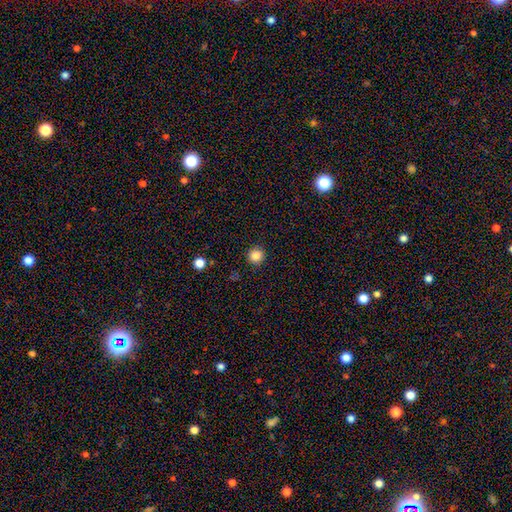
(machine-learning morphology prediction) The model was most divided on "smooth or featured": smooth: 85%, star or artifact: 11%, featured or disk: 3%. More confident: how rounded — round (94%); merging — none (91%).